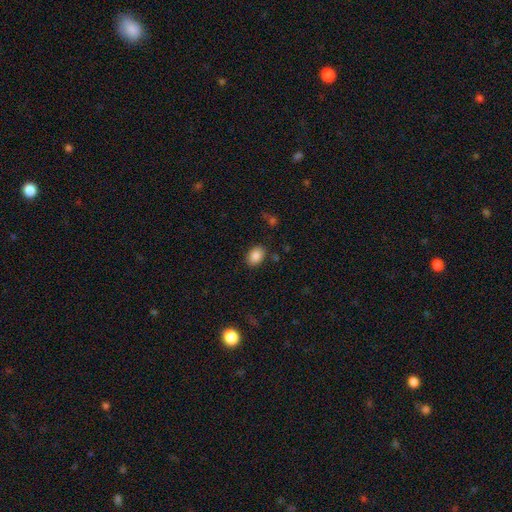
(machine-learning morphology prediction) Q: Smooth or featured?
A: smooth (86%); runner-up: star or artifact (9%)
Q: How rounded?
A: in between (75%); runner-up: round (24%)
Q: Merging?
A: none (85%); runner-up: minor disturbance (10%)